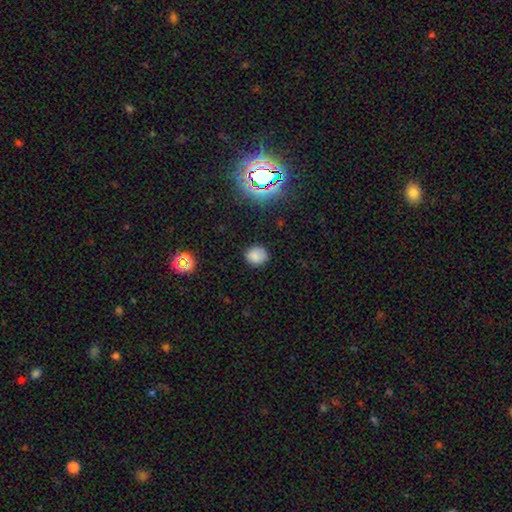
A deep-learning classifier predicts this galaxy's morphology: Q: Smooth or featured?
A: smooth (80%); runner-up: star or artifact (14%)
Q: How rounded?
A: round (76%); runner-up: in between (23%)
Q: Merging?
A: none (84%); runner-up: minor disturbance (12%)